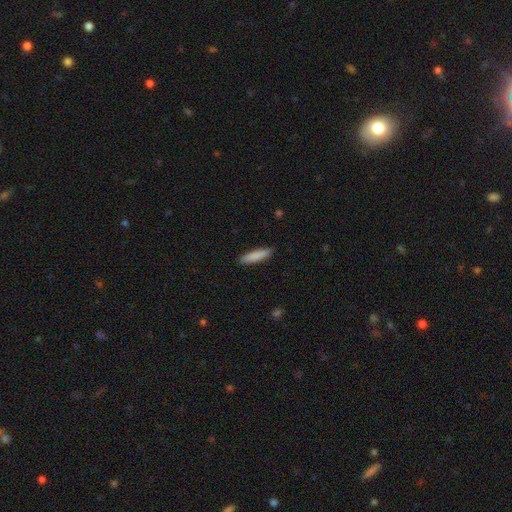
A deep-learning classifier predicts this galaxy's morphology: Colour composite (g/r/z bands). It shows a smooth galaxy with no disk features (86%) that is cigar-shaped (79%). Merging: none (89%).